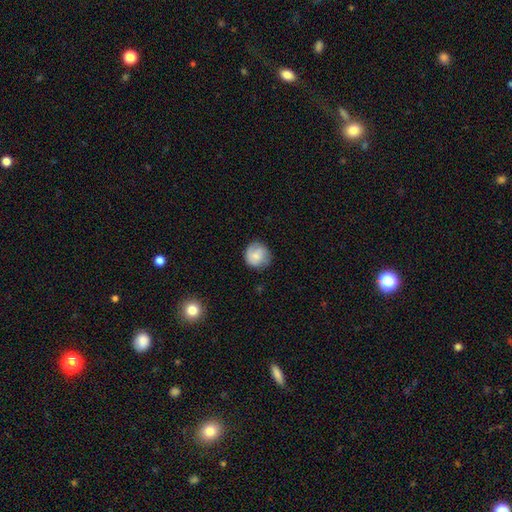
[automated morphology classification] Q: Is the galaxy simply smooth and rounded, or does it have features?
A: smooth — 66%.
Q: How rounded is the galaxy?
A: round — 90%.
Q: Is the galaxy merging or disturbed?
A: none — 78%.